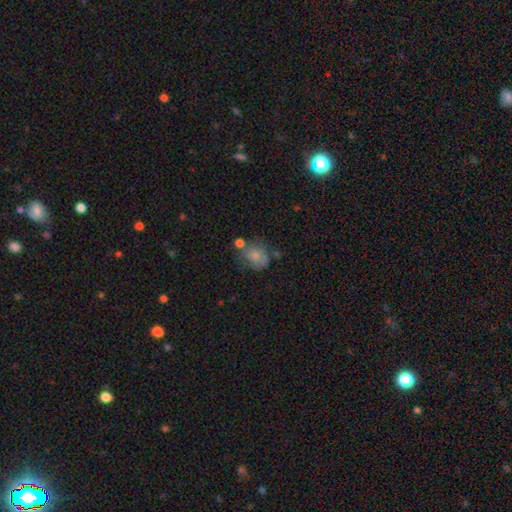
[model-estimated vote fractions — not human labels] Morphology: type=smooth (66%); roundness=round (62%); merging=none (42%).